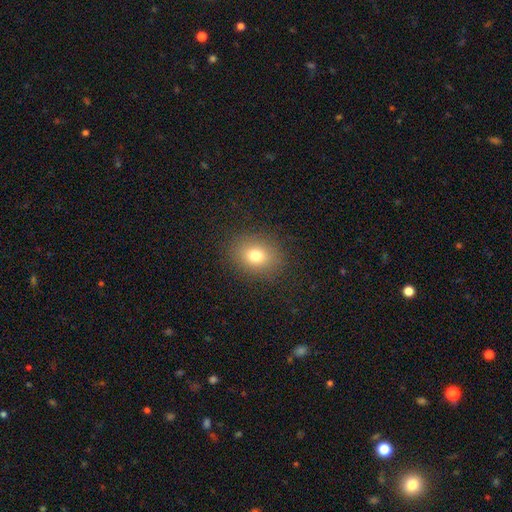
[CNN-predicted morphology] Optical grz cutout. It shows a smooth galaxy with no disk features (77%) that is round (59%). Merging: none (87%).